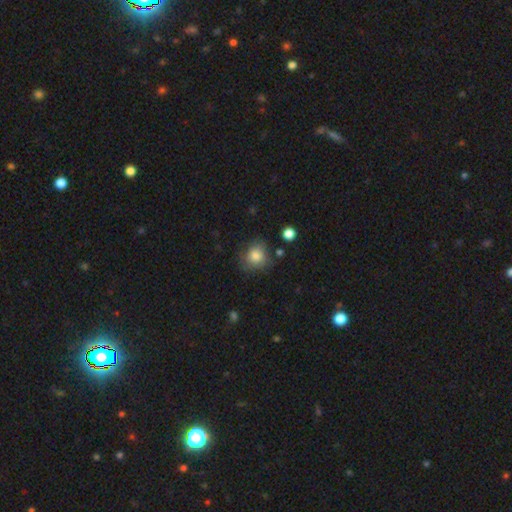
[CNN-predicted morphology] Smooth or featured? smooth (81%)
How rounded? round (80%)
Merging? none (70%)